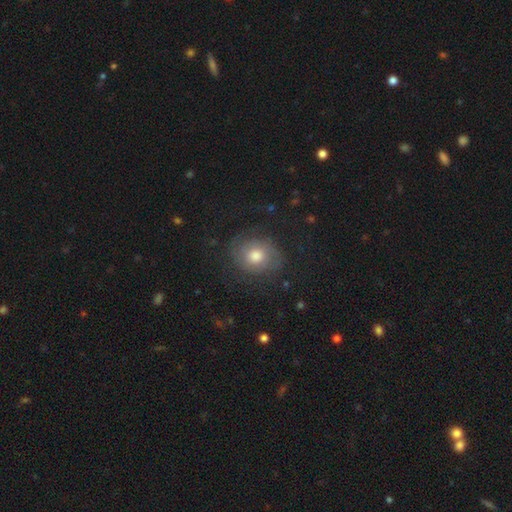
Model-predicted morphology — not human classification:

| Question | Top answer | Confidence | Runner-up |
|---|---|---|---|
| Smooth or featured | smooth | 46% | featured or disk (42%) |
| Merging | none | 75% | minor disturbance (15%) |